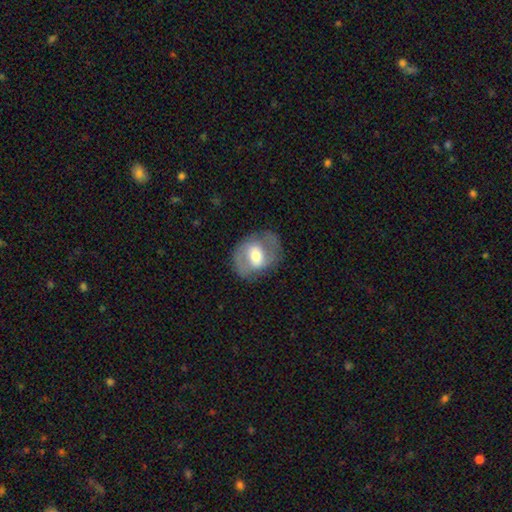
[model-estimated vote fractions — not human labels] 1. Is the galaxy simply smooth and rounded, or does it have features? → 61% featured or disk, 33% smooth, 6% star or artifact.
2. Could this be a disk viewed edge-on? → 95% no, 5% yes.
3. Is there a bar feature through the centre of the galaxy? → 42% weak, 30% no, 28% strong.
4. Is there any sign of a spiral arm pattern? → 65% yes, 35% no.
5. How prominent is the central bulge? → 60% moderate, 19% large, 17% small, 2% dominant, 1% none.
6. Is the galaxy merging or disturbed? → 74% none, 15% minor disturbance, 10% major disturbance, 1% merger.